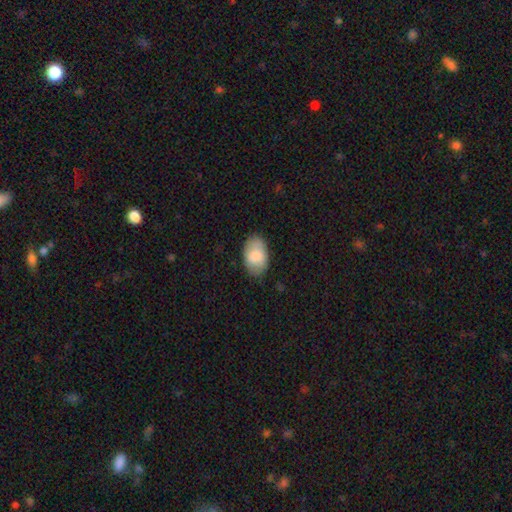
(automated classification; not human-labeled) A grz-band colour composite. It shows a smooth galaxy with no disk features (82%) that is in between round and cigar-shaped (93%). Merging: none (80%).